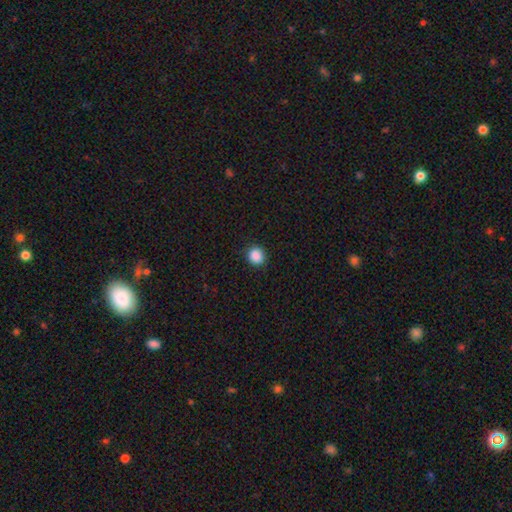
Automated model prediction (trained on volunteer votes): Smooth or featured? smooth (88%)
How rounded? round (84%)
Merging? none (89%)